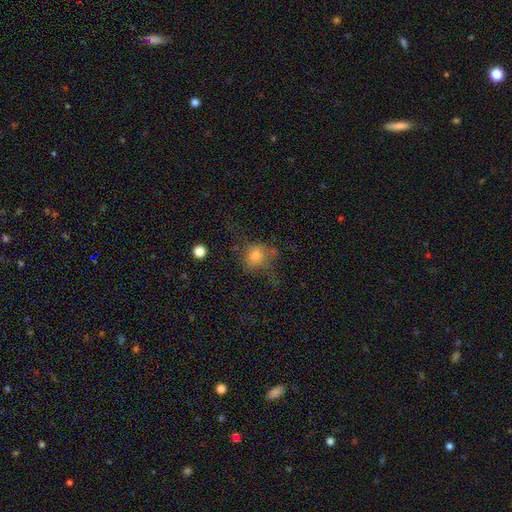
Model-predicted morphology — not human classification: Smooth or featured? smooth (73%)
How rounded? round (78%)
Merging? none (54%)